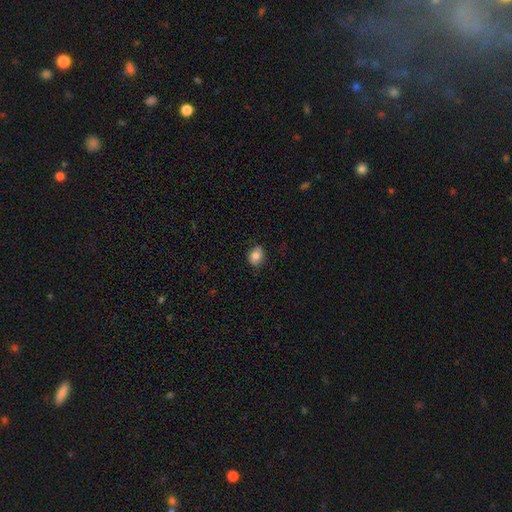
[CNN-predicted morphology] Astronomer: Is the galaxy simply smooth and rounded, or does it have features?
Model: smooth — 80%.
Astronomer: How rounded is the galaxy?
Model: in between — 51% (runner-up: round, 48%).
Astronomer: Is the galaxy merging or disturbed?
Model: none — 82%.